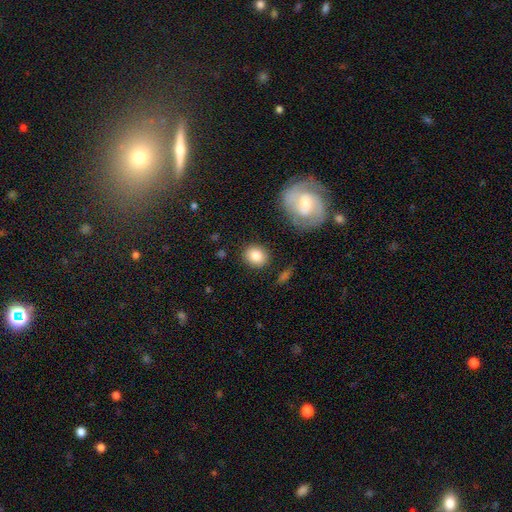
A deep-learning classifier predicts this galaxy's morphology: smooth-or-featured: smooth: 85% | star or artifact: 8% | featured or disk: 8%
  how-rounded: round: 69% | in between: 30% | cigar-shaped: 1%
  merging: none: 85% | minor disturbance: 9% | major disturbance: 3% | merger: 3%